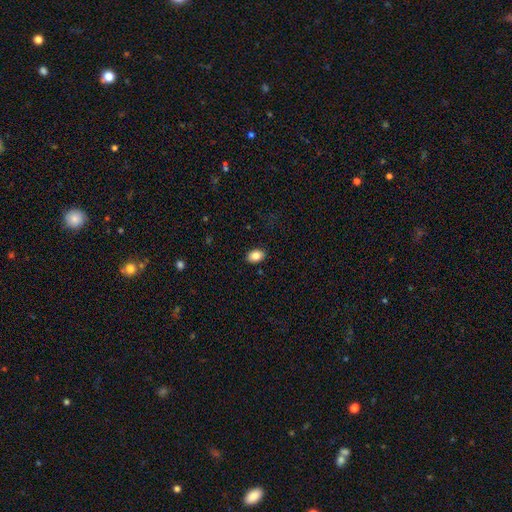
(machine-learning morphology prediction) Smooth or featured?
  - smooth: 85% *
  - star or artifact: 8%
  - featured or disk: 7%
How rounded?
  - in between: 82% *
  - round: 17%
  - cigar-shaped: 1%
Merging?
  - none: 88% *
  - minor disturbance: 9%
  - major disturbance: 2%
  - merger: 1%